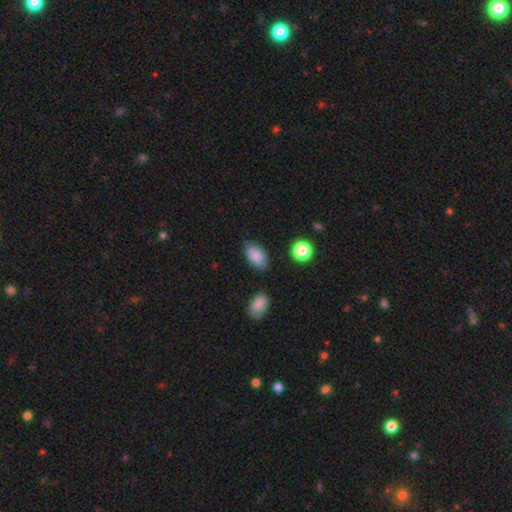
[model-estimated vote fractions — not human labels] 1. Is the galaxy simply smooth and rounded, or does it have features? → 86% smooth, 7% star or artifact, 6% featured or disk.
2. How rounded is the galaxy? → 93% in between, 5% round, 2% cigar-shaped.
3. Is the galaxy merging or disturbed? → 73% none, 20% minor disturbance, 4% major disturbance, 3% merger.